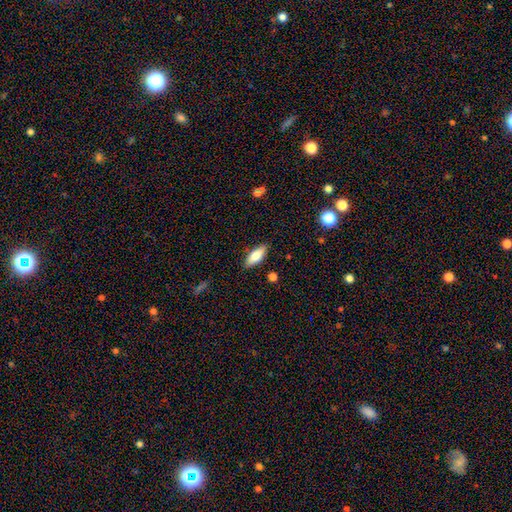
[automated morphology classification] This appears to be a smooth galaxy with no disk features (74%) that is in between round and cigar-shaped (72%). Merging: none (87%).